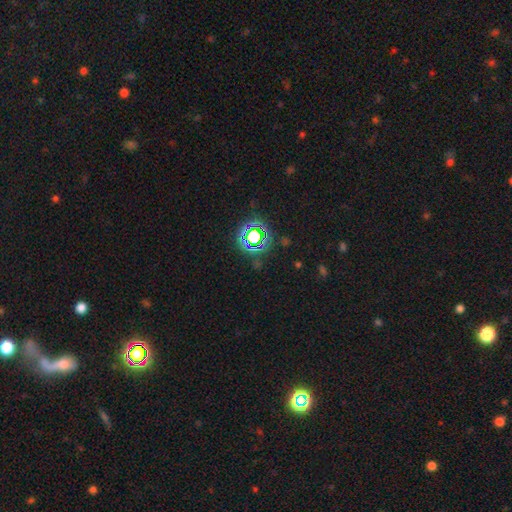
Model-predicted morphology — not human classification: Smooth or featured: star or artifact — 77% (smooth — 16%)